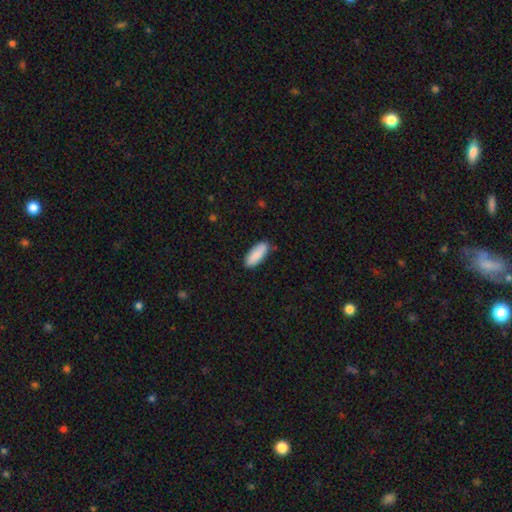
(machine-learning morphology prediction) Smooth or featured?
  - smooth: 87% *
  - featured or disk: 7%
  - star or artifact: 6%
How rounded?
  - in between: 78% *
  - cigar-shaped: 20%
  - round: 2%
Merging?
  - none: 83% *
  - minor disturbance: 14%
  - major disturbance: 2%
  - merger: 2%